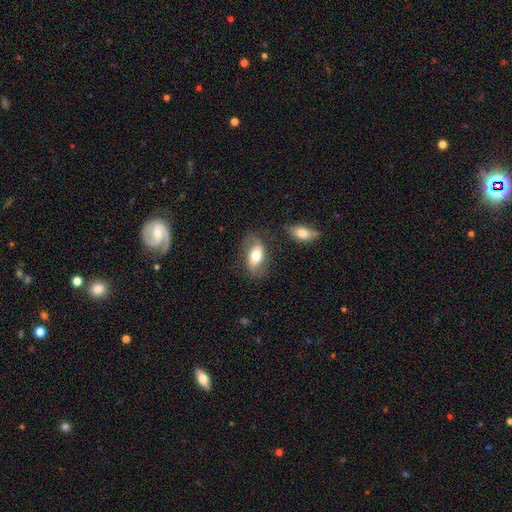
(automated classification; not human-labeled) Morphology: type=smooth (59%); roundness=in between (90%); merging=none (66%).